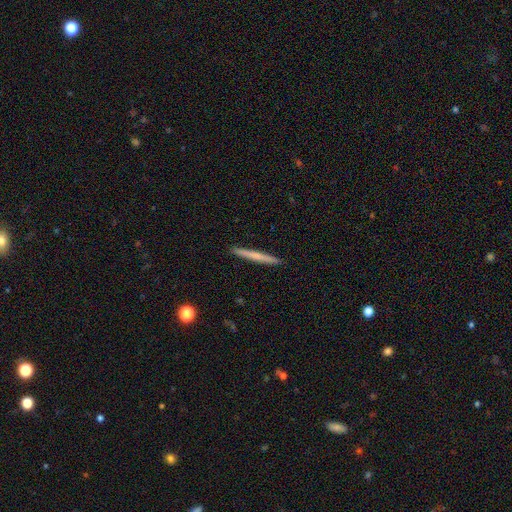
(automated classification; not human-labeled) The model was most divided on "smooth or featured": smooth: 55%, featured or disk: 39%, star or artifact: 6%. More confident: how rounded — cigar-shaped (97%); merging — none (93%).